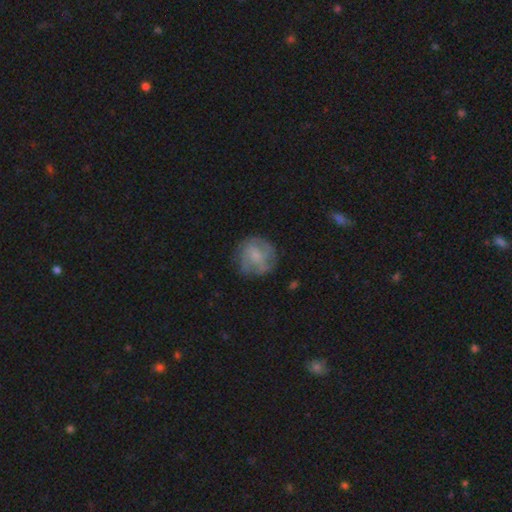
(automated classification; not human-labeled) Smooth or featured? featured or disk (46%)
Merging? none (72%)